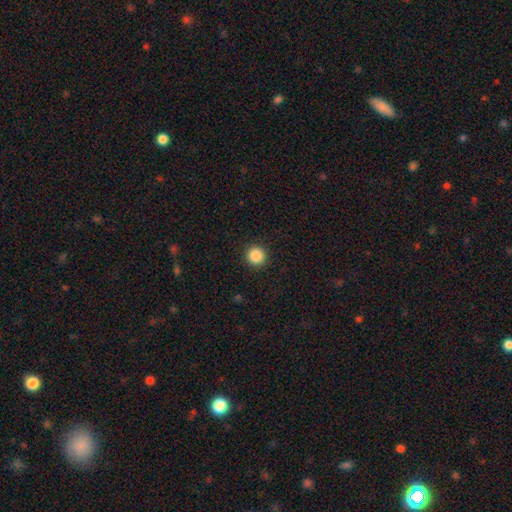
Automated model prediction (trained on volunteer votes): The model was most divided on "smooth or featured": smooth: 87%, star or artifact: 10%, featured or disk: 3%. More confident: how rounded — round (96%); merging — none (92%).